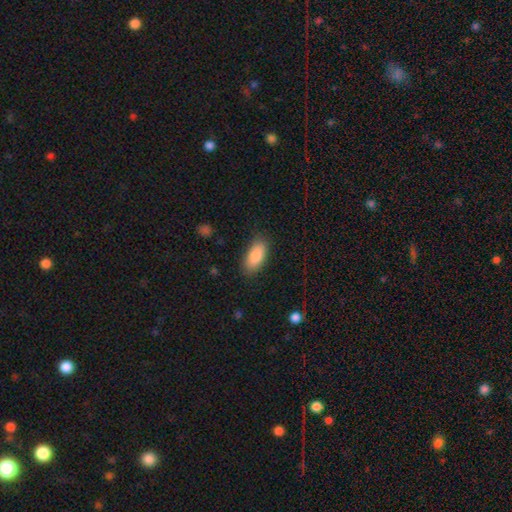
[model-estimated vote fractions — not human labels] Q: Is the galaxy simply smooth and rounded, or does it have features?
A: smooth — 85%.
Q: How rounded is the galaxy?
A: in between — 88%.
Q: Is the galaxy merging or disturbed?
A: none — 84%.